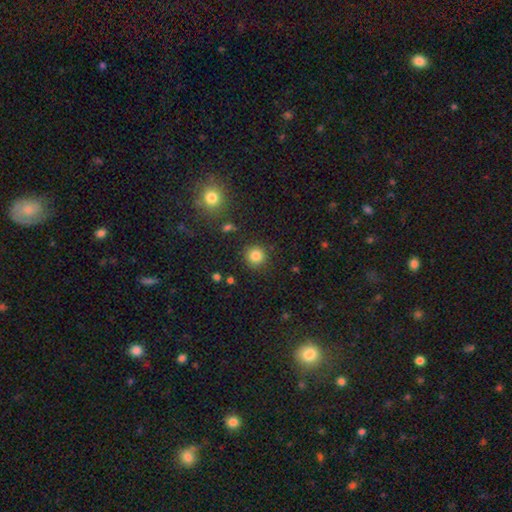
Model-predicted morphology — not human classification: A smooth galaxy with no disk features (83%) that is round (93%).

Vote fractions:
- Smooth or featured? smooth: 83% / star or artifact: 12% / featured or disk: 5%
- How rounded? round: 93% / in between: 6% / cigar-shaped: 1%
- Merging? none: 88% / minor disturbance: 7% / major disturbance: 3% / merger: 2%